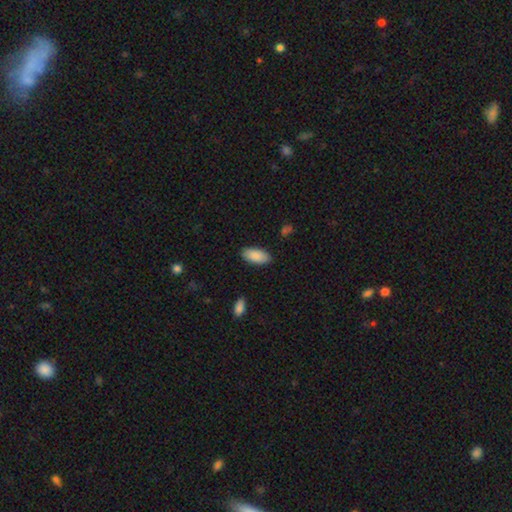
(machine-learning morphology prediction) Overall: smooth (89%). How rounded: in between (91%). Merging: none (88%).